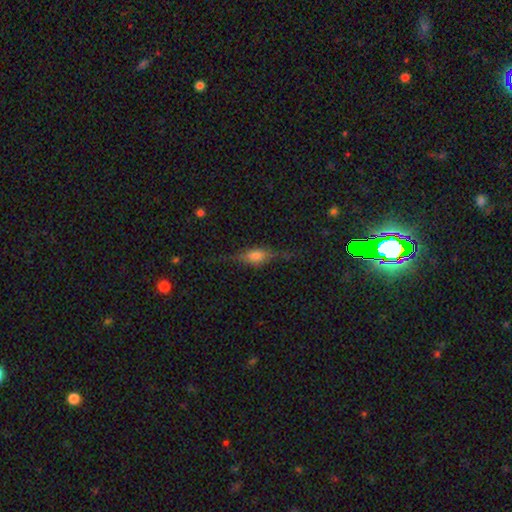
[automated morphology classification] smooth-or-featured: featured or disk: 53% | smooth: 37% | star or artifact: 11%
  disk-edge-on: yes: 92% | no: 8%
  merging: none: 72% | minor disturbance: 19% | major disturbance: 8% | merger: 2%